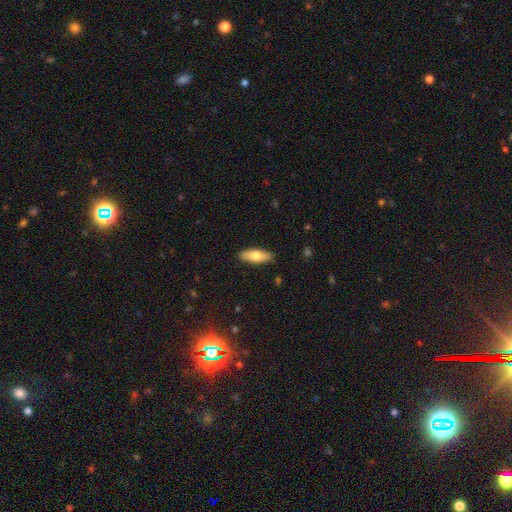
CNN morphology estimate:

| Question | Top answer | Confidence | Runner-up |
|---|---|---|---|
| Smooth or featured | smooth | 72% | featured or disk (22%) |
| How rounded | in between | 68% | cigar-shaped (30%) |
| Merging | none | 89% | minor disturbance (8%) |